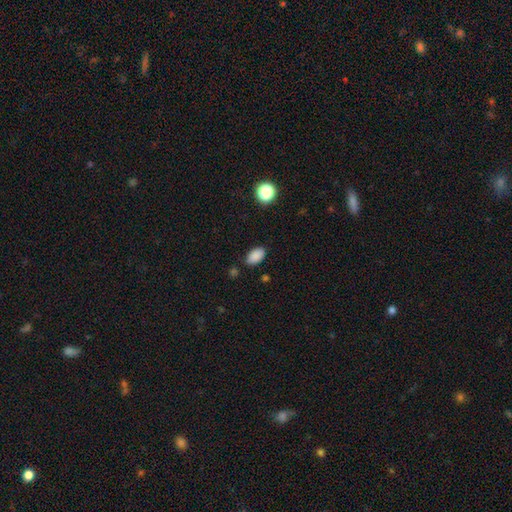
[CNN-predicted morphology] A smooth galaxy with no disk features (87%) that is in between round and cigar-shaped (92%).

Vote fractions:
- Smooth or featured? smooth: 87% / star or artifact: 9% / featured or disk: 4%
- How rounded? in between: 92% / round: 6% / cigar-shaped: 2%
- Merging? none: 81% / minor disturbance: 14% / major disturbance: 3% / merger: 2%